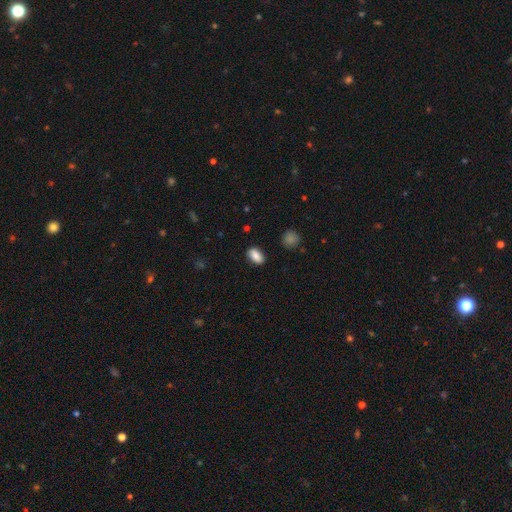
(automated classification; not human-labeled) This appears to be a smooth galaxy with no disk features (84%) that is in between round and cigar-shaped (89%). Merging: none (87%).